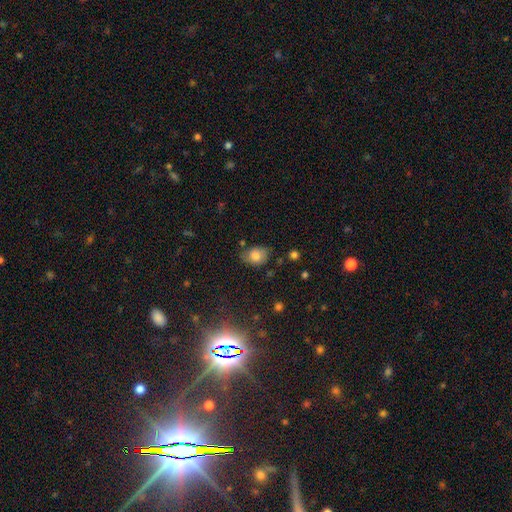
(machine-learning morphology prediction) Q: Smooth or featured?
A: smooth (78%); runner-up: featured or disk (12%)
Q: How rounded?
A: in between (68%); runner-up: round (31%)
Q: Merging?
A: none (67%); runner-up: minor disturbance (24%)